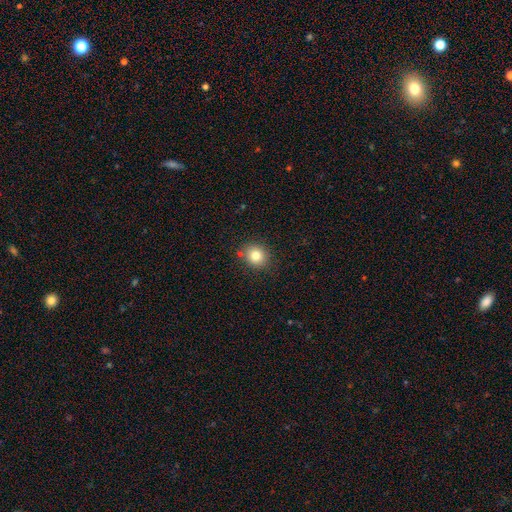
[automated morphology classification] A smooth galaxy with no disk features (80%) that is round (81%).

Vote fractions:
- Smooth or featured? smooth: 80% / star or artifact: 12% / featured or disk: 8%
- How rounded? round: 81% / in between: 18% / cigar-shaped: 1%
- Merging? none: 84% / minor disturbance: 9% / merger: 4% / major disturbance: 3%